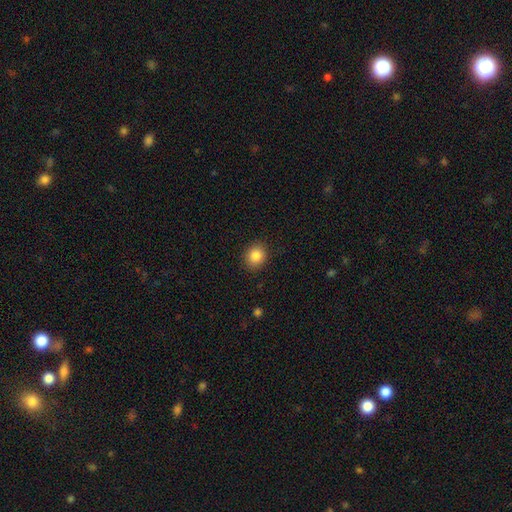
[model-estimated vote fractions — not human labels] A smooth galaxy with no disk features (85%) that is round (66%).

Vote fractions:
- Smooth or featured? smooth: 85% / star or artifact: 9% / featured or disk: 6%
- How rounded? round: 66% / in between: 33% / cigar-shaped: 1%
- Merging? none: 89% / minor disturbance: 8% / major disturbance: 2% / merger: 1%